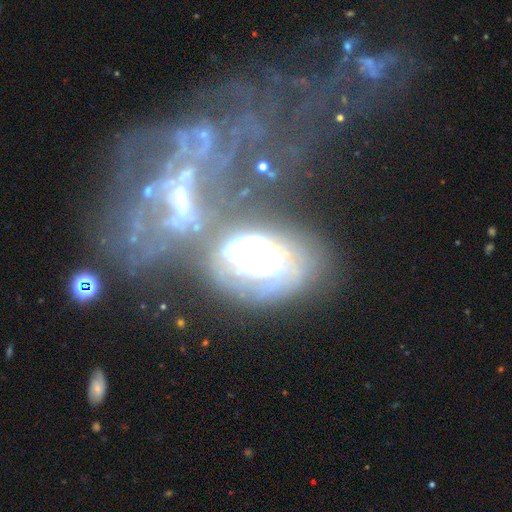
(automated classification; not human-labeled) Smooth or featured?
  - featured or disk: 70% *
  - star or artifact: 16%
  - smooth: 14%
Edge-on disk?
  - no: 95% *
  - yes: 5%
Bar?
  - no: 69% *
  - weak: 16%
  - strong: 14%
Spiral arms?
  - yes: 51% *
  - no: 49%
Bulge size?
  - moderate: 30% *
  - none: 25%
  - large: 21%
  - small: 15%
  - dominant: 9%
Merging?
  - merger: 48% *
  - major disturbance: 22%
  - none: 19%
  - minor disturbance: 11%